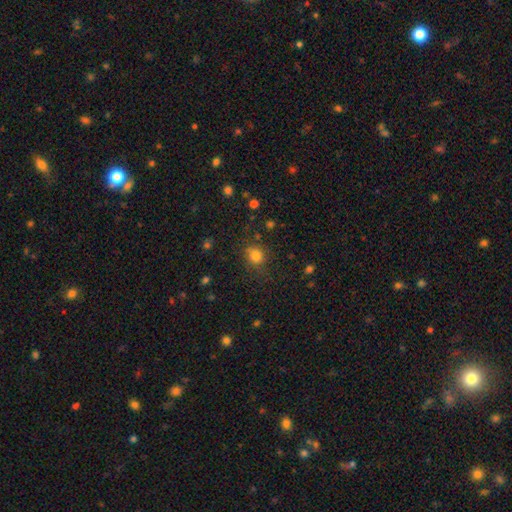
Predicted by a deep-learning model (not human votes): smooth-or-featured: smooth: 80% | star or artifact: 14% | featured or disk: 6%
  how-rounded: round: 82% | in between: 17% | cigar-shaped: 1%
  merging: none: 79% | minor disturbance: 13% | major disturbance: 5% | merger: 2%